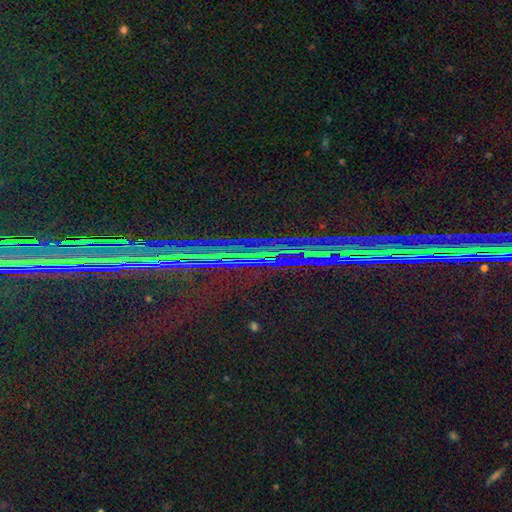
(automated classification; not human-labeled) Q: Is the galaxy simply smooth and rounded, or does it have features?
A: star or artifact — 87%.